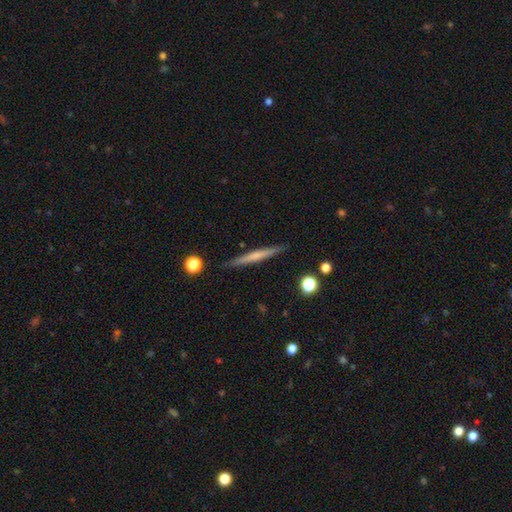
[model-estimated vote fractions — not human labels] The model was most divided on "smooth or featured": smooth: 48%, featured or disk: 46%, star or artifact: 6%. More confident: merging — none (90%).